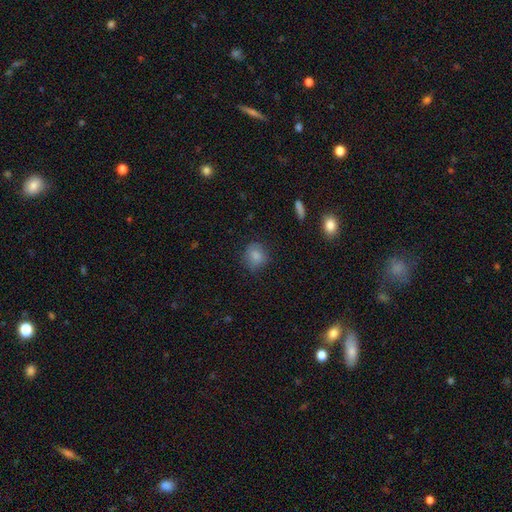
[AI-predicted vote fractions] smooth-or-featured: smooth: 84% | star or artifact: 9% | featured or disk: 6%
  how-rounded: round: 77% | in between: 22% | cigar-shaped: 1%
  merging: none: 78% | minor disturbance: 17% | major disturbance: 4% | merger: 1%